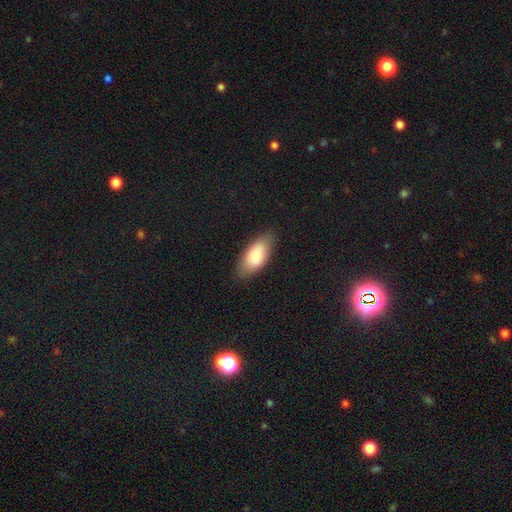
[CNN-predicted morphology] smooth_or_featured: smooth (p=0.82) [alt: featured or disk p=0.13]
how_rounded: in between (p=0.88) [alt: cigar-shaped p=0.10]
merging: none (p=0.82) [alt: minor disturbance p=0.14]